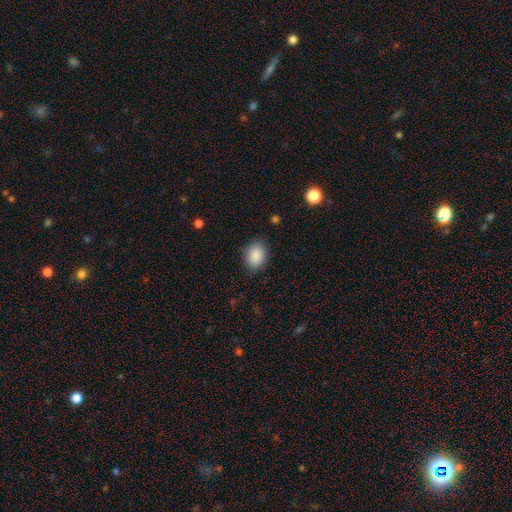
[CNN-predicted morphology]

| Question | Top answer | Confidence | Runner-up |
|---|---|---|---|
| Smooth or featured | smooth | 89% | star or artifact (8%) |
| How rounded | in between | 69% | round (30%) |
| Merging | none | 85% | minor disturbance (11%) |